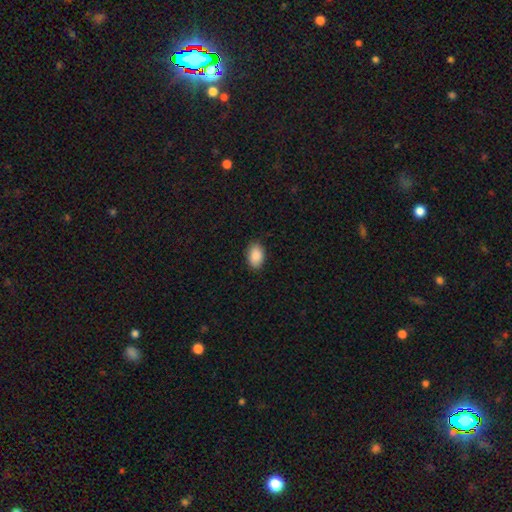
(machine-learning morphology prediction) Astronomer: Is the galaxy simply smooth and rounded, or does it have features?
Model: smooth — 90%.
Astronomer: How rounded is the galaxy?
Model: in between — 89%.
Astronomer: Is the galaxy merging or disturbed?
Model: none — 86%.